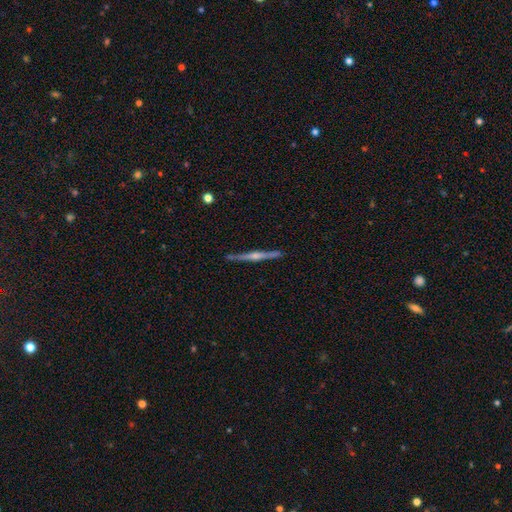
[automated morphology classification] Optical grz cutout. It shows a featured or disk galaxy (74%) viewed edge-on (97%) with a rounded central bulge (76%). Merging: none (88%).